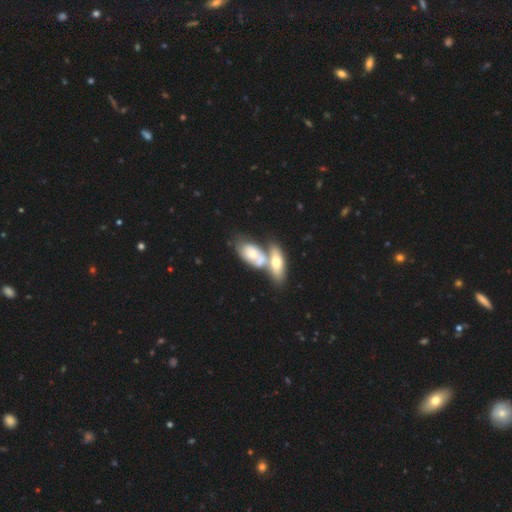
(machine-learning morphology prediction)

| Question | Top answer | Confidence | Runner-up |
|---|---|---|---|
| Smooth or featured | smooth | 48% | featured or disk (46%) |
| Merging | merger | 59% | none (27%) |